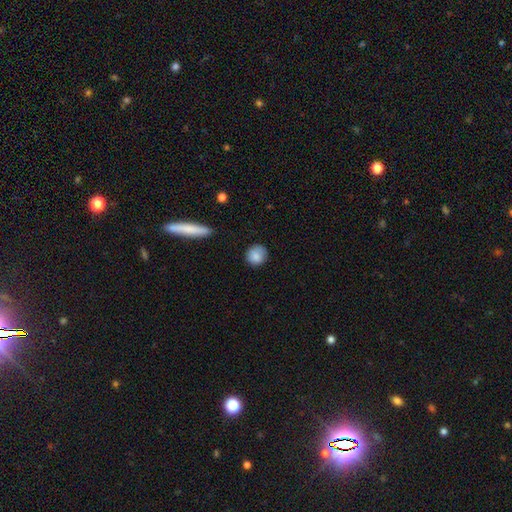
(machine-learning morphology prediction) Smooth or featured? smooth (87%)
How rounded? round (86%)
Merging? none (78%)